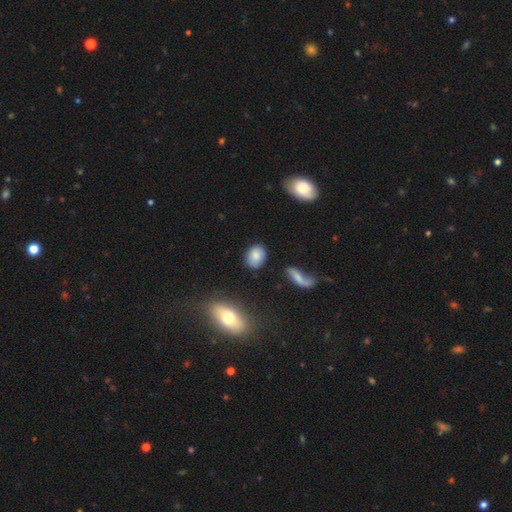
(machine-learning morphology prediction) smooth-or-featured: smooth: 81% | featured or disk: 10% | star or artifact: 9%
  how-rounded: in between: 62% | round: 36% | cigar-shaped: 2%
  merging: none: 80% | minor disturbance: 13% | major disturbance: 4% | merger: 3%